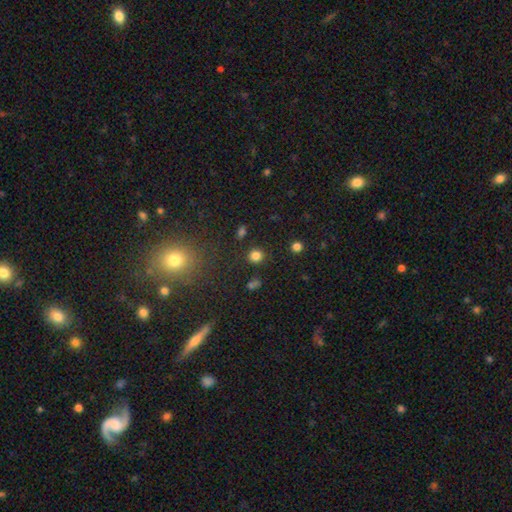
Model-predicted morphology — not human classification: Q: Smooth or featured?
A: smooth (81%); runner-up: star or artifact (15%)
Q: How rounded?
A: round (89%); runner-up: in between (10%)
Q: Merging?
A: none (87%); runner-up: minor disturbance (7%)